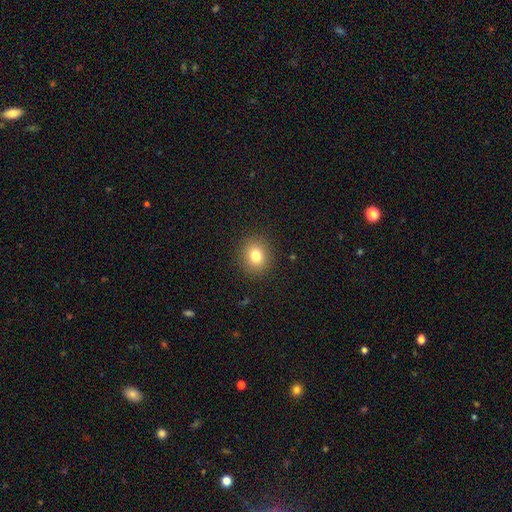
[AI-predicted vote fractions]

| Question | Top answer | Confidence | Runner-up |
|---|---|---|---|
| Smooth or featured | smooth | 79% | star or artifact (12%) |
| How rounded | round | 72% | in between (27%) |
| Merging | none | 90% | minor disturbance (7%) |